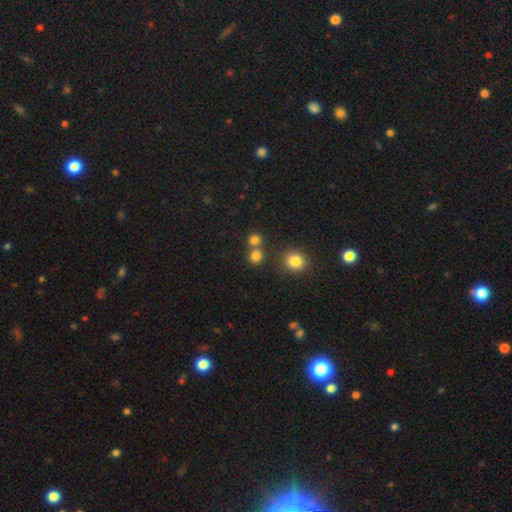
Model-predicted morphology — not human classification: Smooth or featured: smooth — 80% (star or artifact — 14%)
How rounded: round — 87% (in between — 12%)
Merging: none — 65% (merger — 25%)